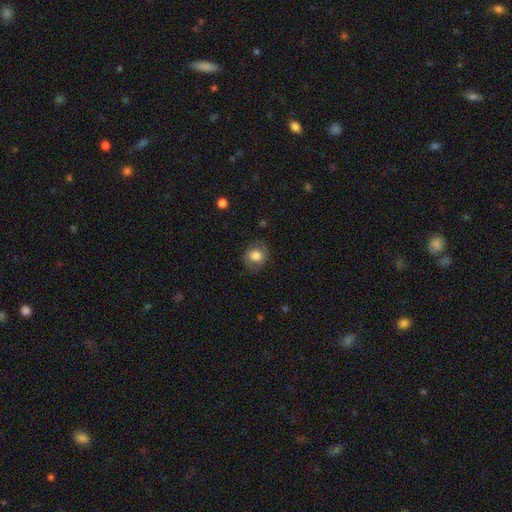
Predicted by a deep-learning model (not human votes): Smooth or featured? smooth (75%)
How rounded? round (72%)
Merging? none (81%)